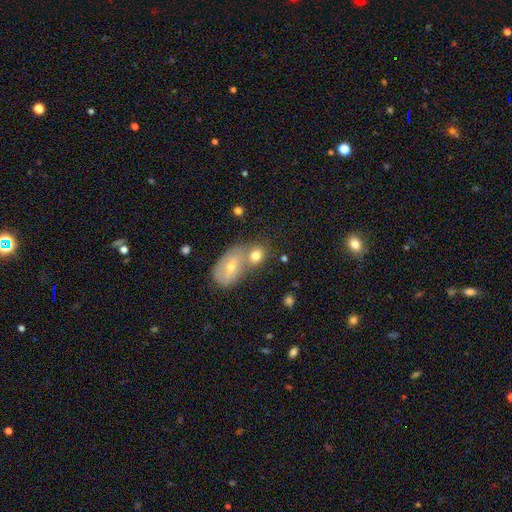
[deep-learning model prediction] A smooth galaxy with no disk features (73%) that is round (53%).

Vote fractions:
- Smooth or featured? smooth: 73% / featured or disk: 18% / star or artifact: 9%
- How rounded? round: 53% / in between: 45% / cigar-shaped: 2%
- Merging? merger: 49% / none: 37% / minor disturbance: 9% / major disturbance: 4%